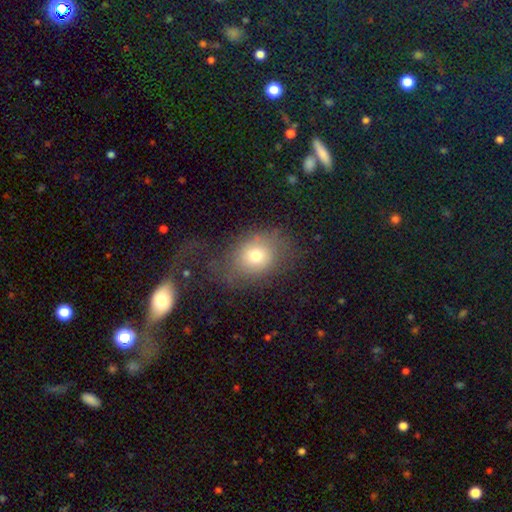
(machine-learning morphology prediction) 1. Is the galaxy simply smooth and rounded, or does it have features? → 71% smooth, 17% featured or disk, 12% star or artifact.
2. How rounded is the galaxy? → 54% in between, 45% round, 1% cigar-shaped.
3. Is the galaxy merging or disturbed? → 50% none, 26% major disturbance, 21% minor disturbance, 3% merger.